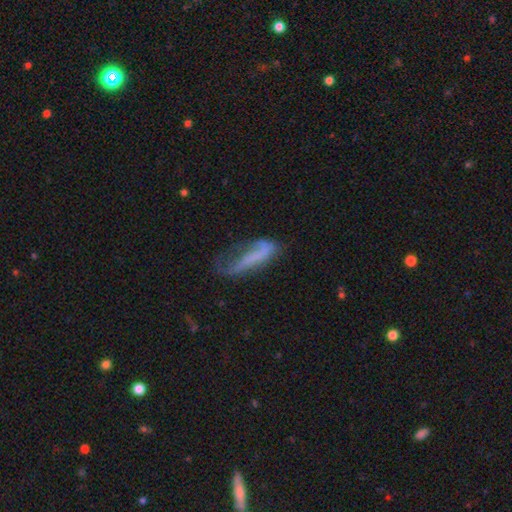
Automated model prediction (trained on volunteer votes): The model was most divided on "smooth or featured": smooth: 46%, featured or disk: 43%, star or artifact: 10%. Remaining: merging — major disturbance (36%).